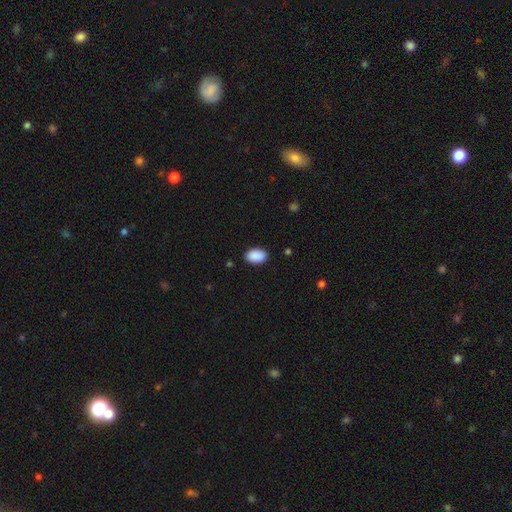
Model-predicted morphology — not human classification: Smooth or featured? Predicted: smooth (p=0.91). How rounded? Predicted: in between (p=0.91). Merging? Predicted: none (p=0.88).